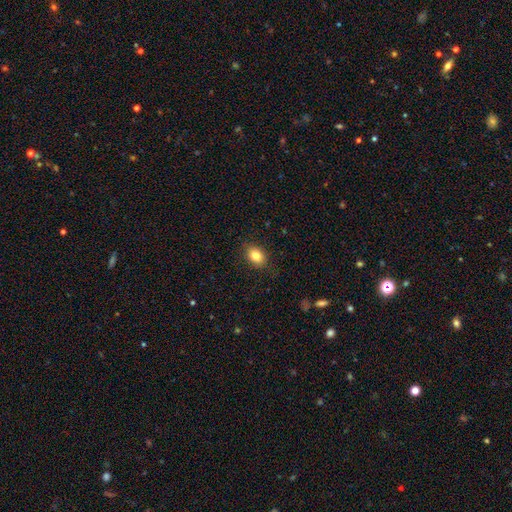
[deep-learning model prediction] A smooth galaxy with no disk features (83%) that is in between round and cigar-shaped (70%). Merging: none (86%).